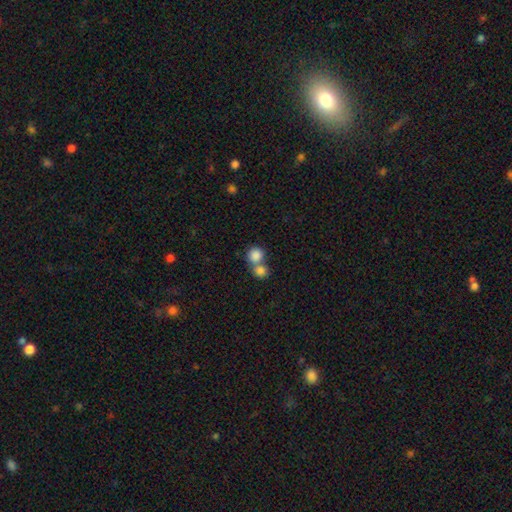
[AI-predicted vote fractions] smooth 84%, star or artifact 9%, featured or disk 7%. Down the decision tree: how rounded — round (87%); merging — merger (53%).